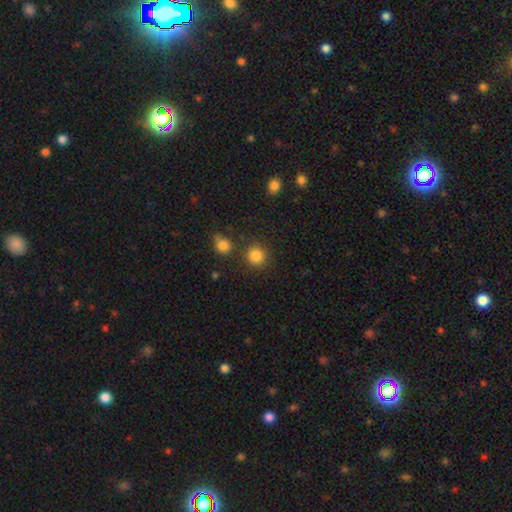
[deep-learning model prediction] smooth_or_featured: smooth (p=0.84) [alt: star or artifact p=0.12]
how_rounded: round (p=0.91) [alt: in between p=0.08]
merging: none (p=0.82) [alt: minor disturbance p=0.08]